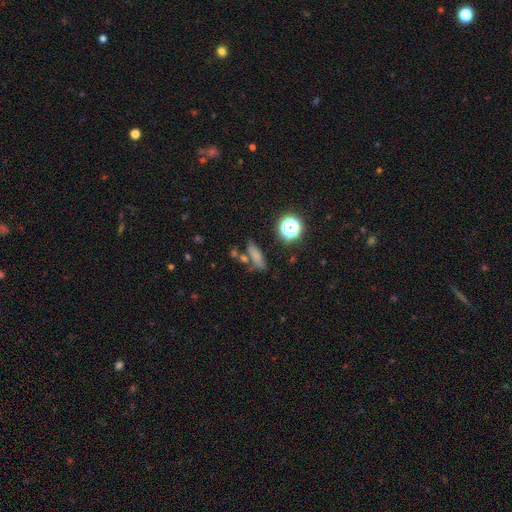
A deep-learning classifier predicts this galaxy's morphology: Q: Smooth or featured?
A: smooth (71%); runner-up: star or artifact (17%)
Q: How rounded?
A: in between (45%); runner-up: cigar-shaped (43%)
Q: Merging?
A: none (68%); runner-up: minor disturbance (15%)